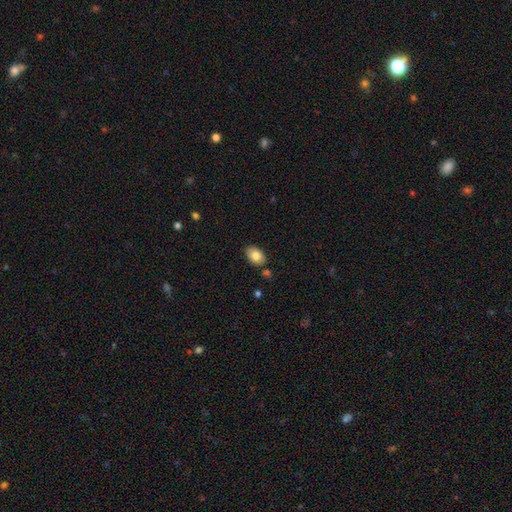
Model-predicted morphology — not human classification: This appears to be a smooth galaxy with no disk features (81%) that is in between round and cigar-shaped (88%). Merging: none (83%).